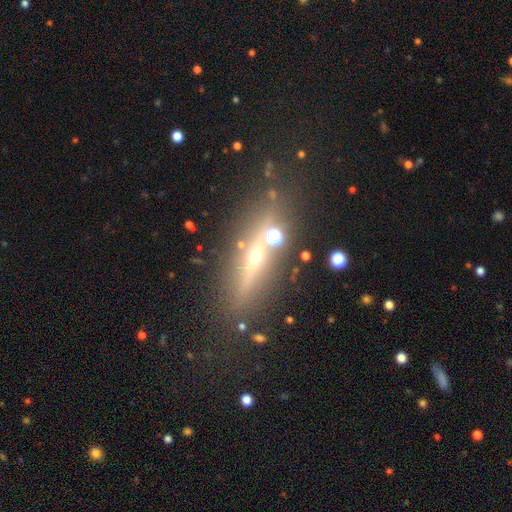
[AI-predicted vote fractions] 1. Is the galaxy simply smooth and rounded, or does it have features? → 50% featured or disk, 30% smooth, 20% star or artifact.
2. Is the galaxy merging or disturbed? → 71% none, 12% minor disturbance, 11% merger, 6% major disturbance.